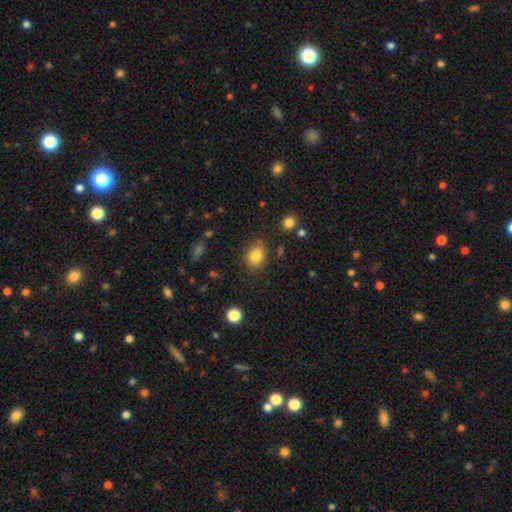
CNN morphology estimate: Q: Smooth or featured?
A: smooth (83%); runner-up: star or artifact (10%)
Q: How rounded?
A: in between (59%); runner-up: round (40%)
Q: Merging?
A: none (76%); runner-up: minor disturbance (17%)